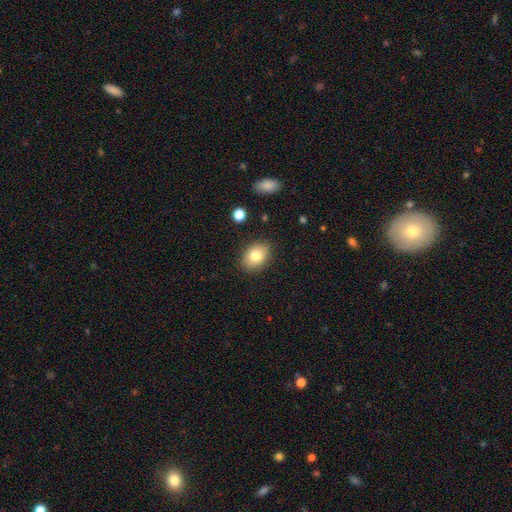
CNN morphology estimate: type=smooth (81%); roundness=in between (71%); merging=none (86%).